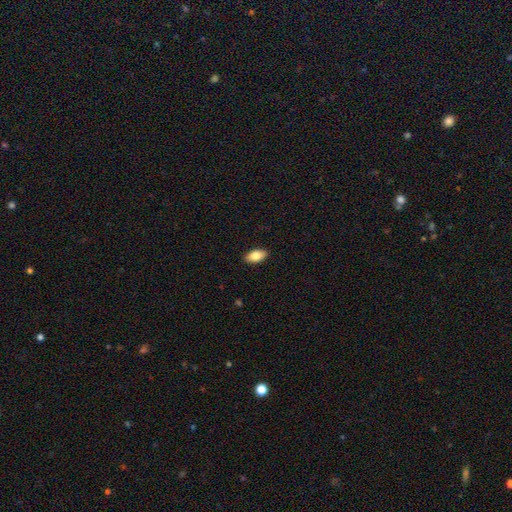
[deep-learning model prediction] Smooth or featured: smooth — 82% (featured or disk — 11%)
How rounded: in between — 93% (cigar-shaped — 4%)
Merging: none — 90% (minor disturbance — 7%)